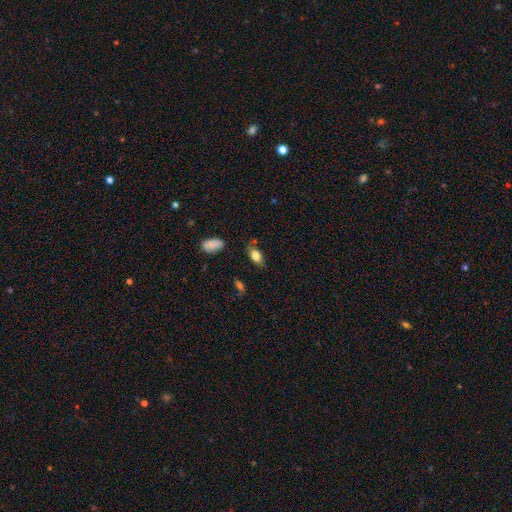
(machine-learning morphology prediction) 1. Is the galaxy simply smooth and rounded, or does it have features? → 79% smooth, 13% featured or disk, 8% star or artifact.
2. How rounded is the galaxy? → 88% in between, 7% round, 6% cigar-shaped.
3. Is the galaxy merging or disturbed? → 75% none, 18% minor disturbance, 4% major disturbance, 3% merger.